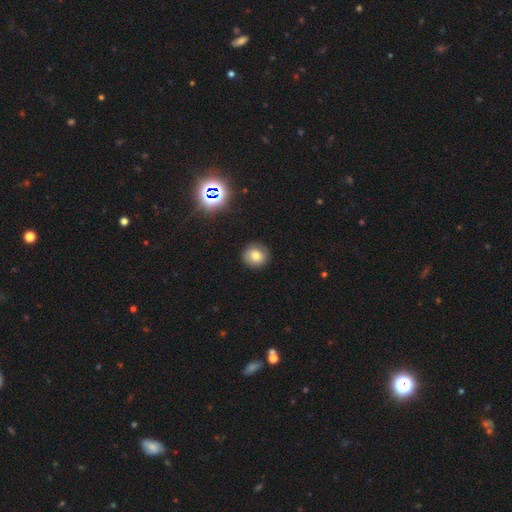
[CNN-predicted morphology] type=smooth (75%); roundness=round (89%); merging=none (89%).